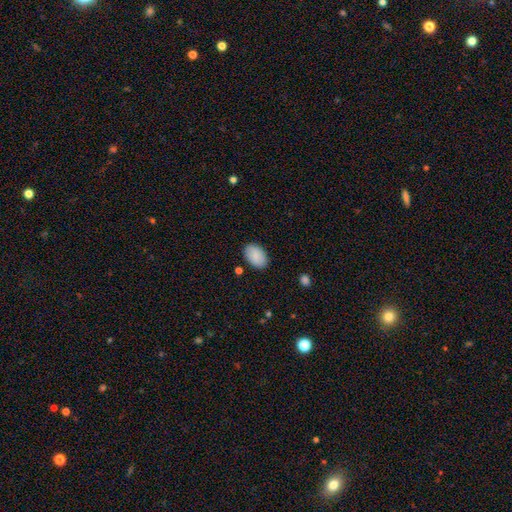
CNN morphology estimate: Smooth or featured? smooth (88%)
How rounded? in between (88%)
Merging? none (87%)